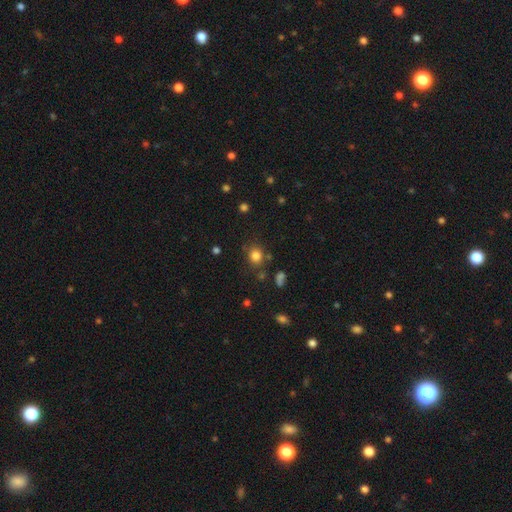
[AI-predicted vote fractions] Smooth or featured? smooth (81%)
How rounded? round (76%)
Merging? none (78%)